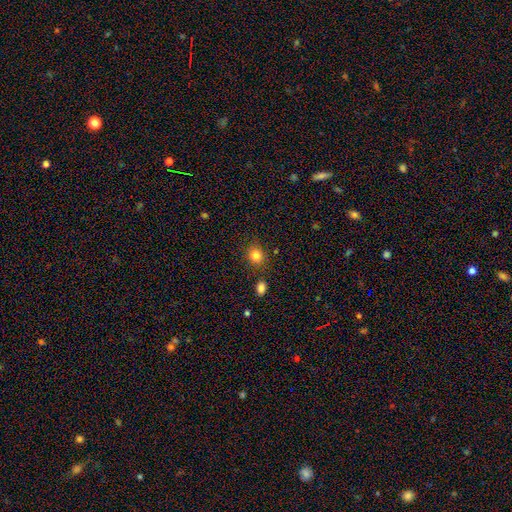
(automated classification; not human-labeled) smooth-or-featured: smooth: 83% | star or artifact: 11% | featured or disk: 6%
  how-rounded: round: 71% | in between: 28% | cigar-shaped: 1%
  merging: none: 80% | minor disturbance: 12% | merger: 5% | major disturbance: 3%